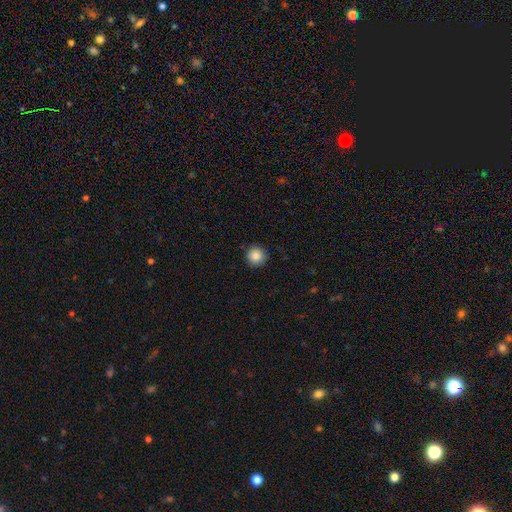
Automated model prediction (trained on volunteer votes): Q: Smooth or featured?
A: smooth (86%); runner-up: star or artifact (9%)
Q: How rounded?
A: round (95%); runner-up: in between (4%)
Q: Merging?
A: none (88%); runner-up: minor disturbance (9%)